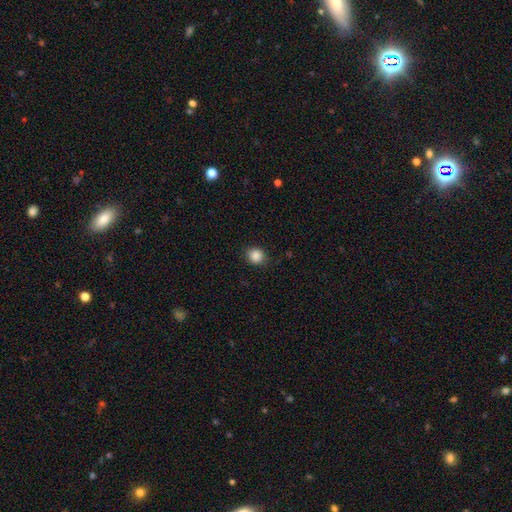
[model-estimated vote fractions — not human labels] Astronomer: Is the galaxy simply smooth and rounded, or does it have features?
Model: smooth — 87%.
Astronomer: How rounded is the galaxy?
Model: round — 80%.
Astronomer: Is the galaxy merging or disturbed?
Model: none — 87%.